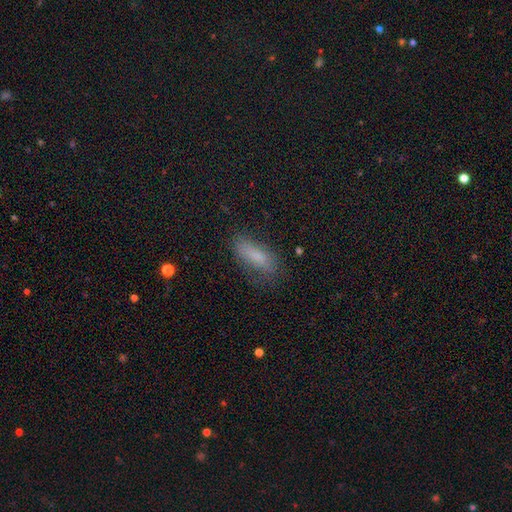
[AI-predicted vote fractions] A smooth galaxy with no disk features (77%) that is in between round and cigar-shaped (62%).

Vote fractions:
- Smooth or featured? smooth: 77% / featured or disk: 13% / star or artifact: 10%
- How rounded? in between: 62% / cigar-shaped: 35% / round: 3%
- Merging? none: 68% / minor disturbance: 22% / major disturbance: 8% / merger: 2%